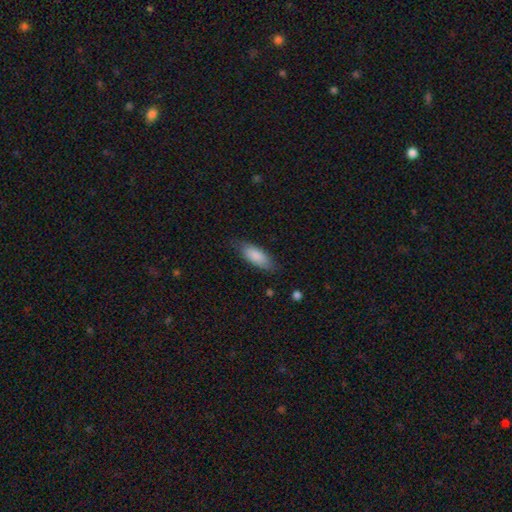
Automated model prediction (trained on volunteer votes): smooth 86%, featured or disk 8%, star or artifact 6%. Down the decision tree: how rounded — in between (77%); merging — none (76%).